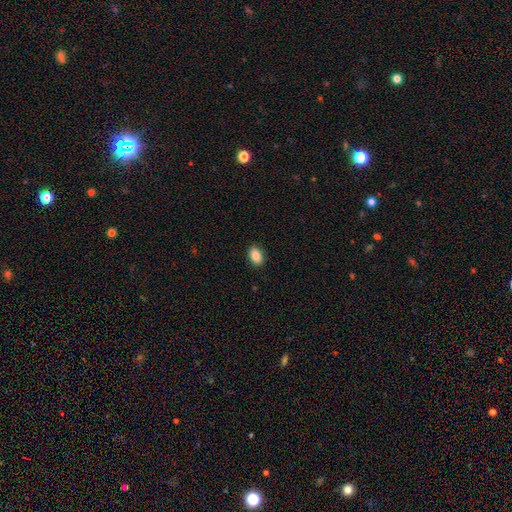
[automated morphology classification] Q: Smooth or featured?
A: smooth (85%); runner-up: star or artifact (8%)
Q: How rounded?
A: in between (84%); runner-up: round (14%)
Q: Merging?
A: none (89%); runner-up: minor disturbance (8%)